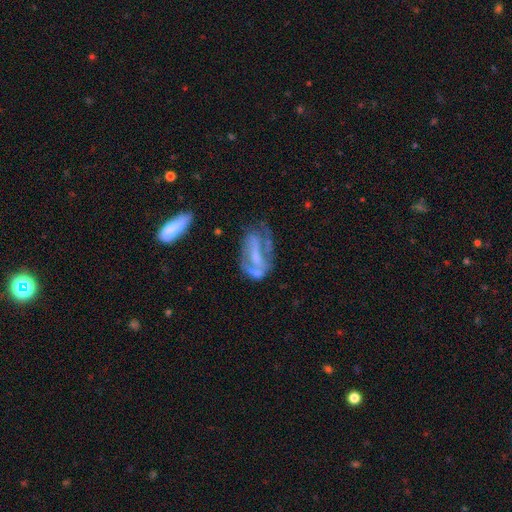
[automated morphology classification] Smooth or featured?
  - featured or disk: 68% *
  - smooth: 22%
  - star or artifact: 10%
Edge-on disk?
  - no: 92% *
  - yes: 8%
Bar?
  - no: 36% *
  - weak: 33%
  - strong: 31%
Spiral arms?
  - yes: 59% *
  - no: 41%
Bulge size?
  - none: 40% *
  - small: 31%
  - moderate: 23%
  - large: 5%
  - dominant: 2%
Merging?
  - none: 39% *
  - major disturbance: 29%
  - minor disturbance: 24%
  - merger: 8%